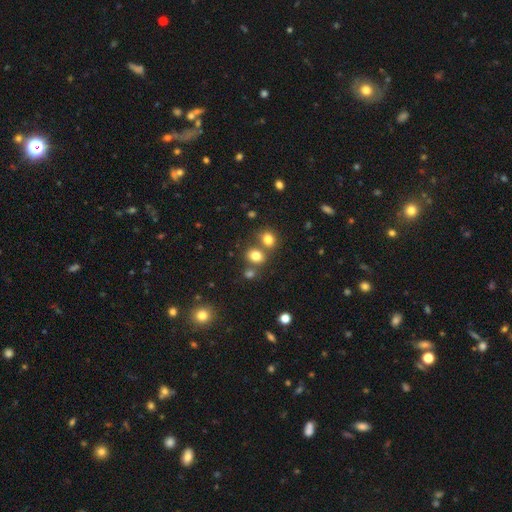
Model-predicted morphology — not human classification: The model was most divided on "how rounded": round: 59%, in between: 40%, cigar-shaped: 1%. More confident: smooth or featured — smooth (78%); merging — none (56%).